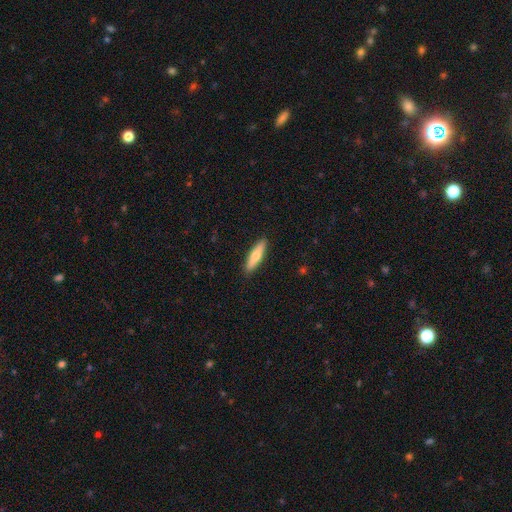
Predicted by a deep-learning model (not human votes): Smooth or featured? smooth (65%)
How rounded? cigar-shaped (74%)
Merging? none (91%)